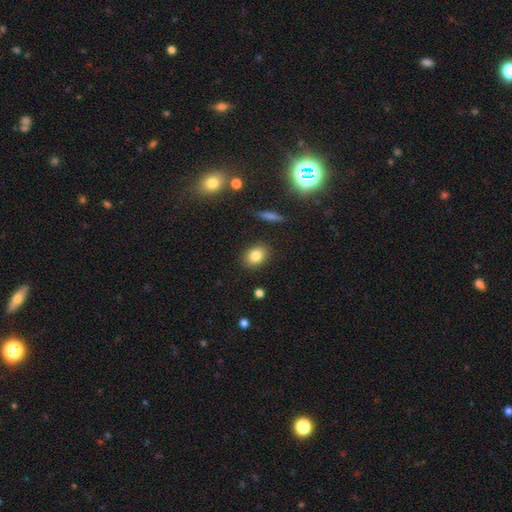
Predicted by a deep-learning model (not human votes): Smooth or featured?
  - smooth: 83% *
  - star or artifact: 10%
  - featured or disk: 8%
How rounded?
  - in between: 61% *
  - round: 37%
  - cigar-shaped: 2%
Merging?
  - none: 87% *
  - minor disturbance: 9%
  - major disturbance: 3%
  - merger: 2%